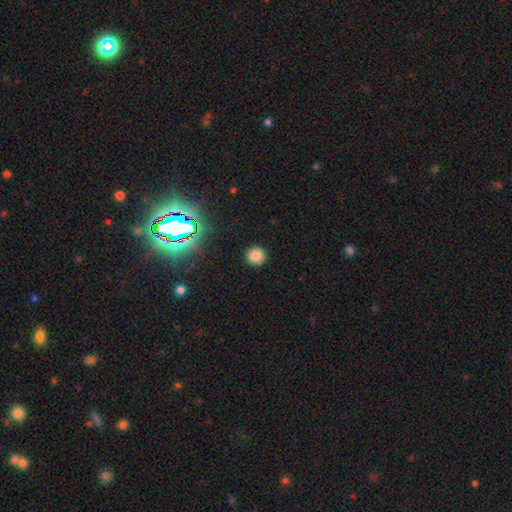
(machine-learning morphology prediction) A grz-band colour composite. It shows a smooth galaxy with no disk features (81%) that is round (93%). Merging: none (90%).